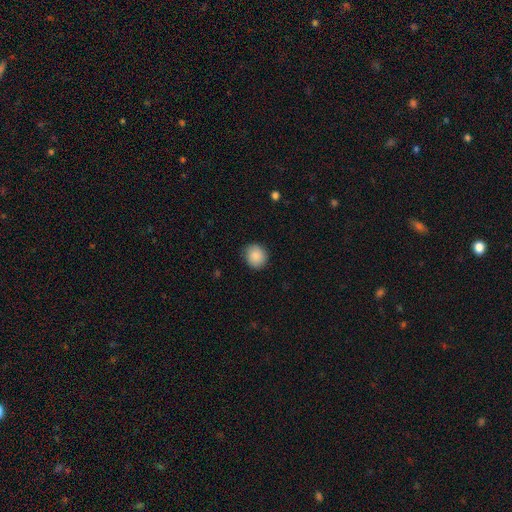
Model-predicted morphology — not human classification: A smooth galaxy with no disk features (88%) that is round (82%). Merging: none (84%).